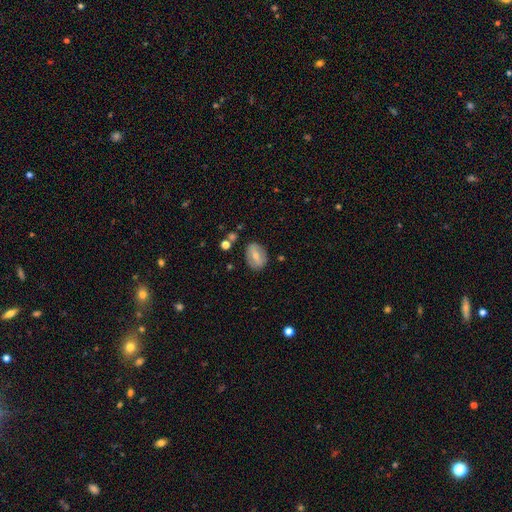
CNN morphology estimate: Smooth or featured: smooth — 51% (featured or disk — 41%)
How rounded: in between — 69% (round — 29%)
Merging: none — 81% (minor disturbance — 13%)